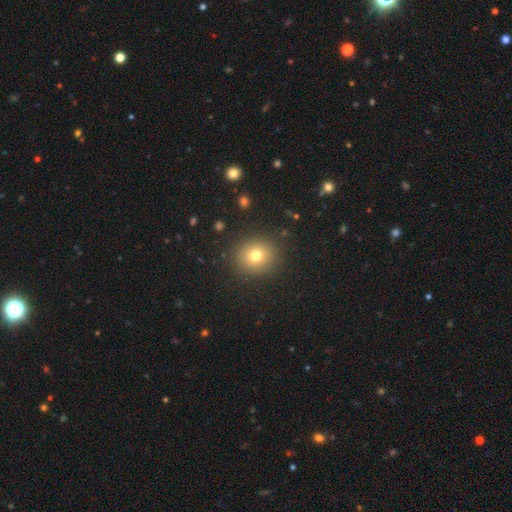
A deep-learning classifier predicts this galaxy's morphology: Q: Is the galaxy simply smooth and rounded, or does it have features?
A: smooth — 76%.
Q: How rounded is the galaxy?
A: round — 84%.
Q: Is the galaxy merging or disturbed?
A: none — 89%.